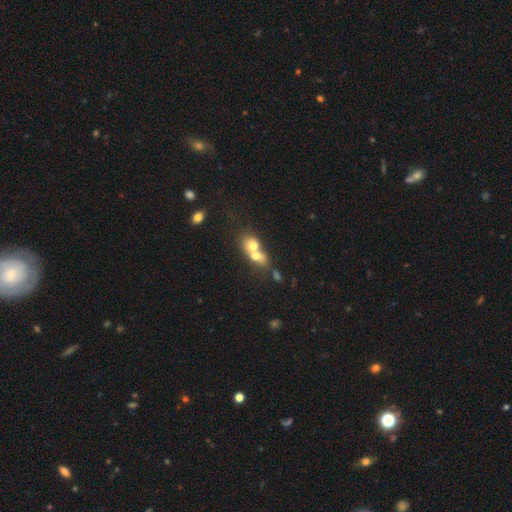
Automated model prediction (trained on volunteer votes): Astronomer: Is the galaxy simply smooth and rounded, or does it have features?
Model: smooth — 65%.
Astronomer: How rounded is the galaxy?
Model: in between — 52% (runner-up: round, 45%).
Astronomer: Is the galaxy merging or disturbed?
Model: merger — 75%.